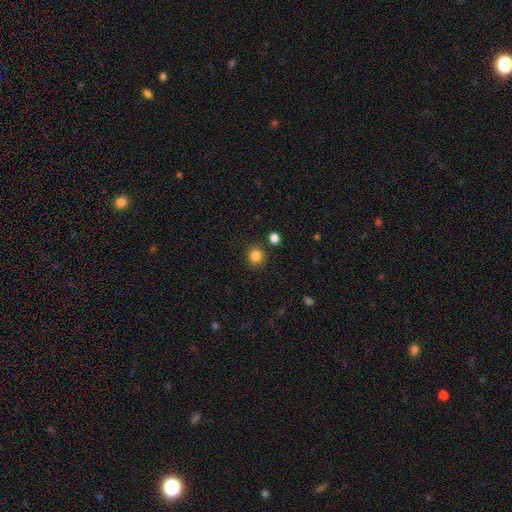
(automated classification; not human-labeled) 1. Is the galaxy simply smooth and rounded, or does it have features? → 85% smooth, 11% star or artifact, 4% featured or disk.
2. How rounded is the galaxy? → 86% round, 13% in between, 1% cigar-shaped.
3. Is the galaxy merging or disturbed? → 86% none, 7% minor disturbance, 4% merger, 2% major disturbance.